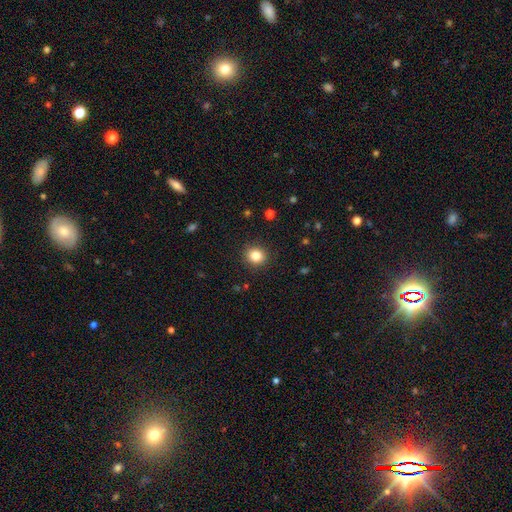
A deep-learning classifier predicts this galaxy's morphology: smooth 83%, star or artifact 11%, featured or disk 5%. Down the decision tree: how rounded — round (85%); merging — none (90%).